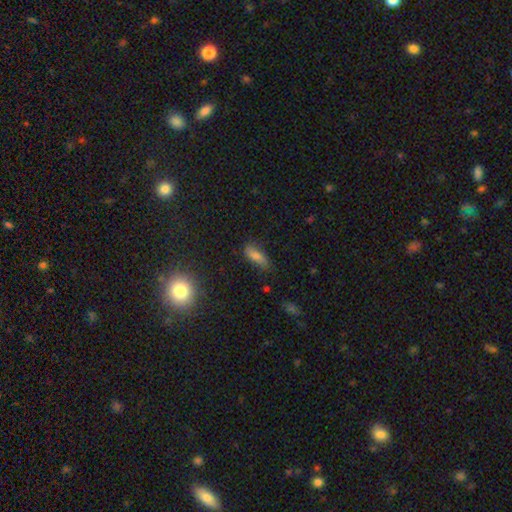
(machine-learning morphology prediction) Smooth or featured? smooth (71%)
How rounded? in between (62%)
Merging? none (67%)